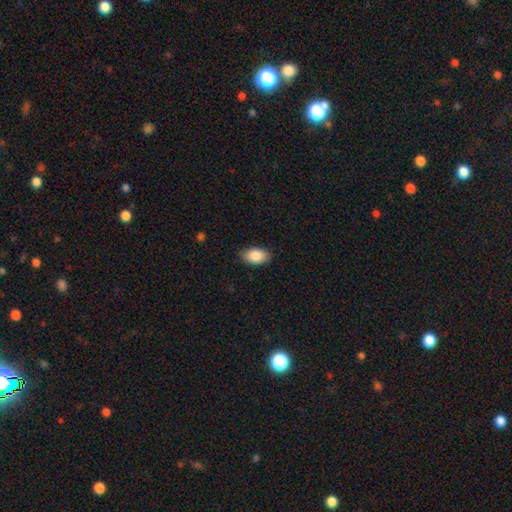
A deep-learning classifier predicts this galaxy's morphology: Smooth or featured: smooth — 88% (star or artifact — 7%)
How rounded: in between — 92% (round — 7%)
Merging: none — 85% (minor disturbance — 12%)